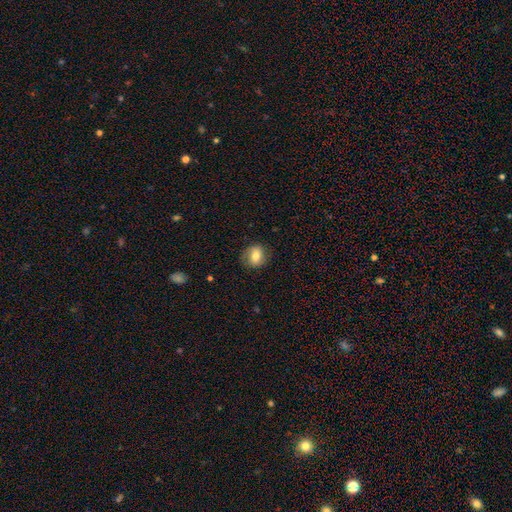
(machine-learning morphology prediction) The model was most divided on "how rounded": round: 58%, in between: 40%, cigar-shaped: 1%. More confident: merging — none (77%); smooth or featured — smooth (65%).